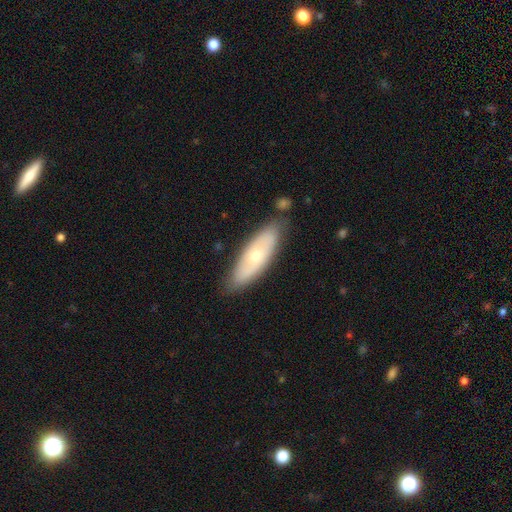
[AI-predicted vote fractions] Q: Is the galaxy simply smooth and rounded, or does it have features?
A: featured or disk — 47%, tied with smooth.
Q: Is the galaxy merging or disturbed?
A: none — 78%.